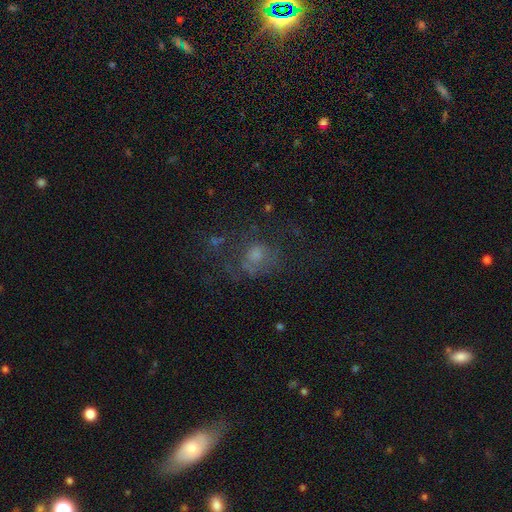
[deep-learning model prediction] Smooth or featured? Predicted: smooth (p=0.48). Merging? Predicted: none (p=0.44).